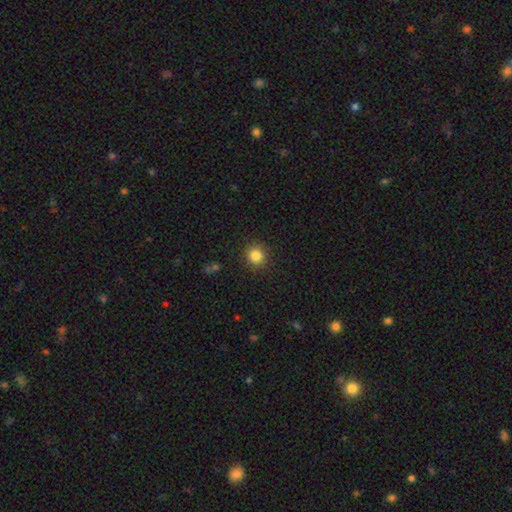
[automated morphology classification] smooth_or_featured: smooth (p=0.85) [alt: star or artifact p=0.11]
how_rounded: round (p=0.89) [alt: in between p=0.10]
merging: none (p=0.89) [alt: minor disturbance p=0.07]